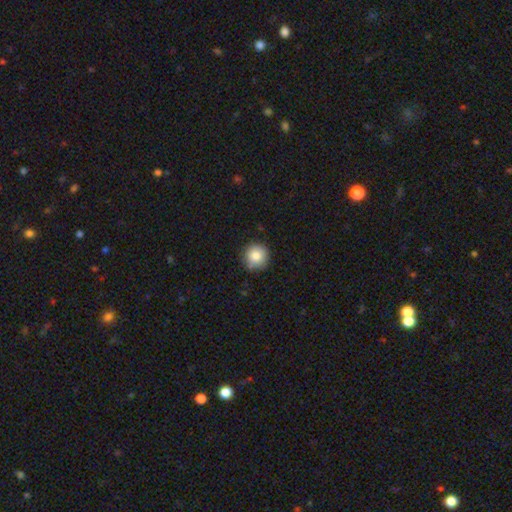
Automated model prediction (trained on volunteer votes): The model was most divided on "merging": none: 85%, minor disturbance: 11%, major disturbance: 2%, merger: 2%. More confident: how rounded — round (95%); smooth or featured — smooth (84%).